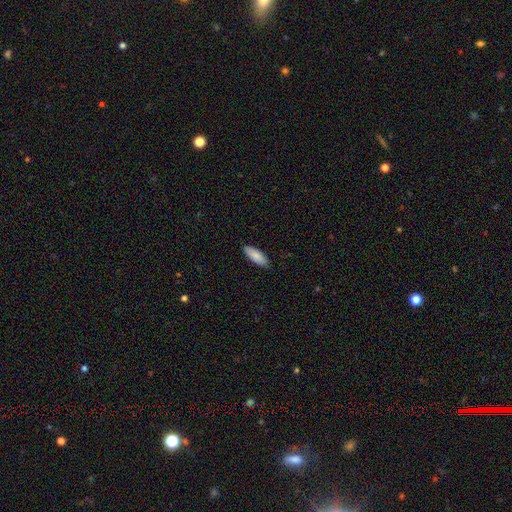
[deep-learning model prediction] Overall: smooth (86%). How rounded: in between (70%). Merging: none (88%).